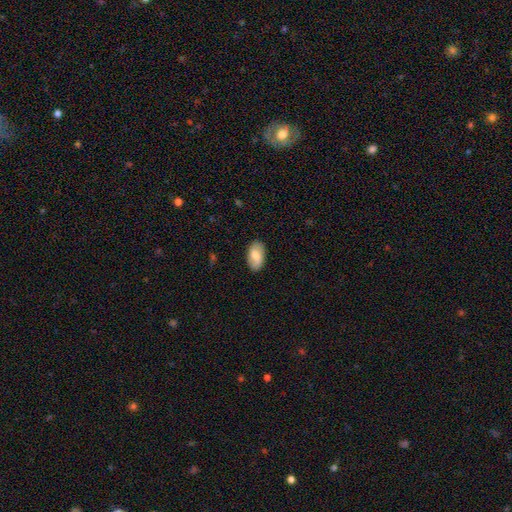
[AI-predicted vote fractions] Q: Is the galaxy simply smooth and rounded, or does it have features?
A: smooth — 73%.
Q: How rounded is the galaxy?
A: in between — 94%.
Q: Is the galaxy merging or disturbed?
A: none — 87%.